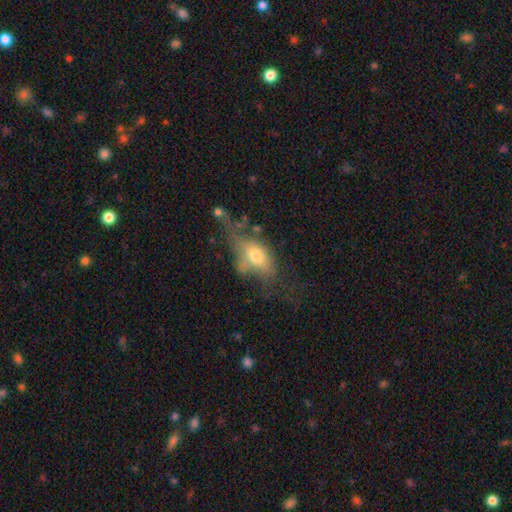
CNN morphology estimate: smooth_or_featured: smooth (p=0.56) [alt: featured or disk p=0.35]
how_rounded: in between (p=0.79) [alt: cigar-shaped p=0.11]
merging: major disturbance (p=0.37) [alt: none p=0.29]